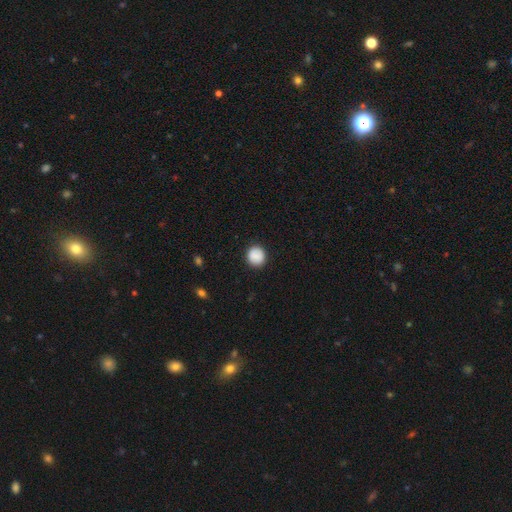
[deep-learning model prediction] smooth 89%, star or artifact 8%, featured or disk 3%. Down the decision tree: how rounded — round (93%); merging — none (91%).